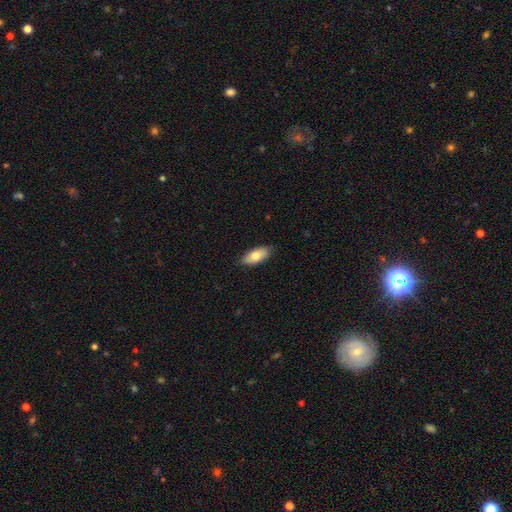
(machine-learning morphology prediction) smooth-or-featured: smooth: 78% | featured or disk: 16% | star or artifact: 6%
  how-rounded: in between: 85% | cigar-shaped: 13% | round: 2%
  merging: none: 86% | minor disturbance: 11% | major disturbance: 2% | merger: 1%